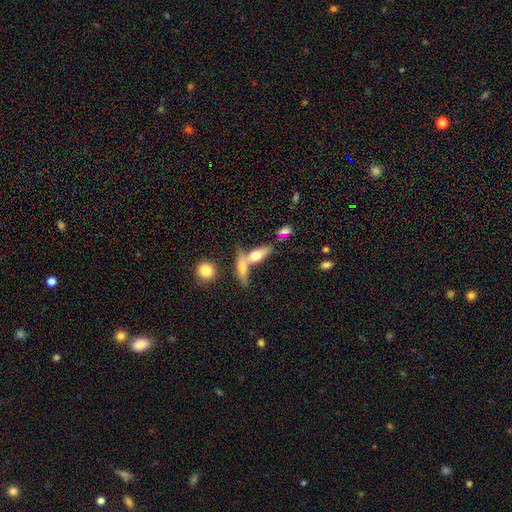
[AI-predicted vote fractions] Morphology: type=smooth (57%); roundness=in between (50%); merging=merger (46%).